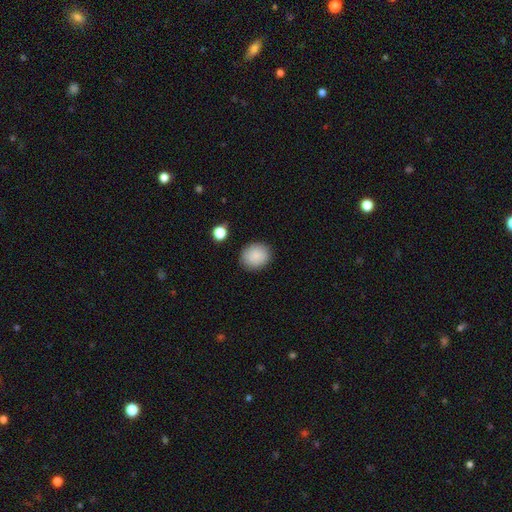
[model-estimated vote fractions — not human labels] A smooth galaxy with no disk features (89%) that is round (65%).

Vote fractions:
- Smooth or featured? smooth: 89% / star or artifact: 8% / featured or disk: 4%
- How rounded? round: 65% / in between: 34% / cigar-shaped: 1%
- Merging? none: 88% / minor disturbance: 8% / major disturbance: 2% / merger: 2%